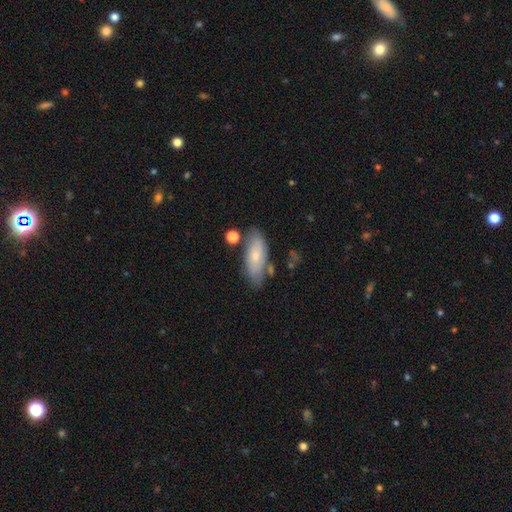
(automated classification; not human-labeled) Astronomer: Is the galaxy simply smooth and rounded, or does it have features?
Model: smooth — 68%.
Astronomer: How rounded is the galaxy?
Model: in between — 78%.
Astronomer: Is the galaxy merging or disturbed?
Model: none — 68%.